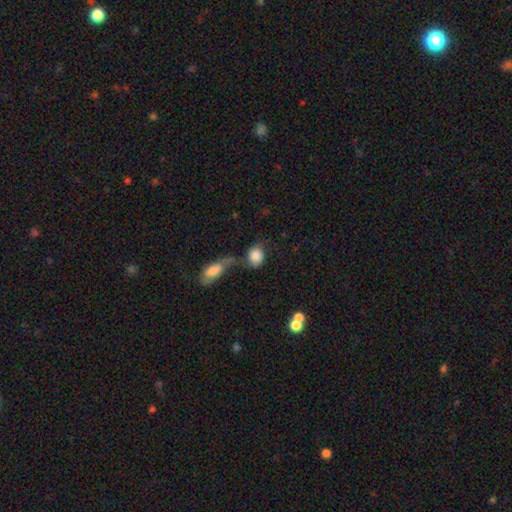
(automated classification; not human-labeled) This is clearly a smooth galaxy (83%). How rounded: likely round (65%). Merging: marginally merger (39%).